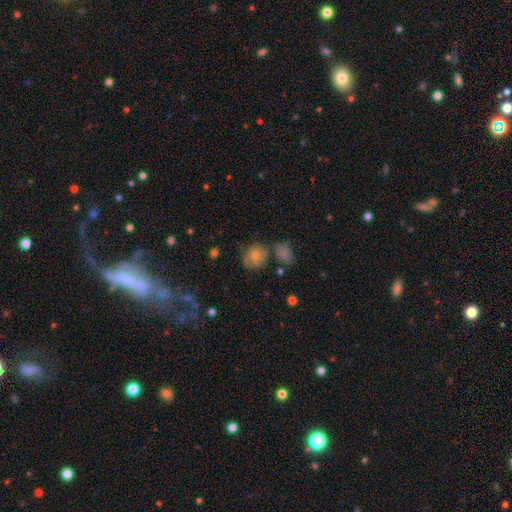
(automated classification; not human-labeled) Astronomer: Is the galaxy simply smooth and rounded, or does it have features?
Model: smooth — 69%.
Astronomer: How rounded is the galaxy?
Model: round — 68%.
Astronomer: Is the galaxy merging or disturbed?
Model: none — 58%.